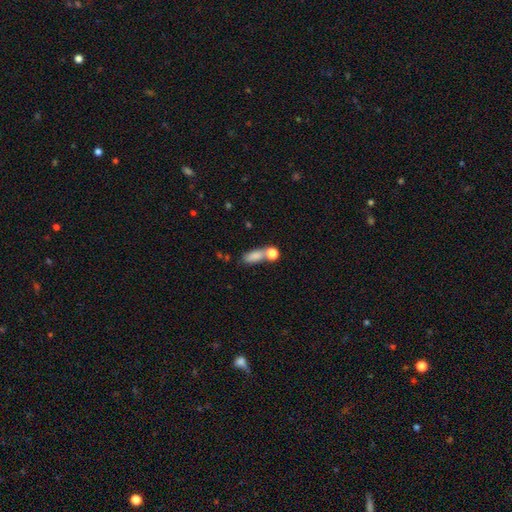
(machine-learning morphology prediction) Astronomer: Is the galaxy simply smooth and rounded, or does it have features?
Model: smooth — 81%.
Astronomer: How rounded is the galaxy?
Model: in between — 71%.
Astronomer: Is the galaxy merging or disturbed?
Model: none — 49% (runner-up: merger, 31%).